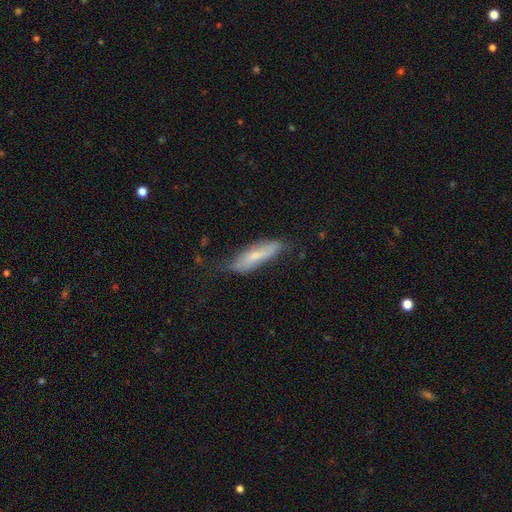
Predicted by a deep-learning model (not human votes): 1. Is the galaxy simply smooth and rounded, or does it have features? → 61% smooth, 32% featured or disk, 8% star or artifact.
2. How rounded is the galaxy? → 67% cigar-shaped, 31% in between, 2% round.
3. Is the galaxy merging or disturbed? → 59% none, 30% minor disturbance, 9% major disturbance, 2% merger.